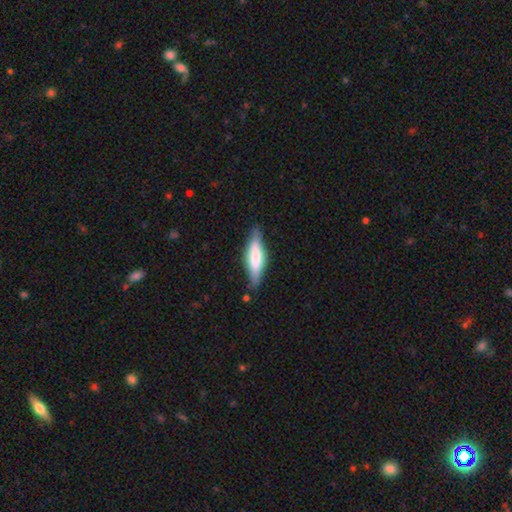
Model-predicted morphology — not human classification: smooth 57%, featured or disk 38%, star or artifact 6%. Down the decision tree: how rounded — cigar-shaped (64%); merging — none (81%).